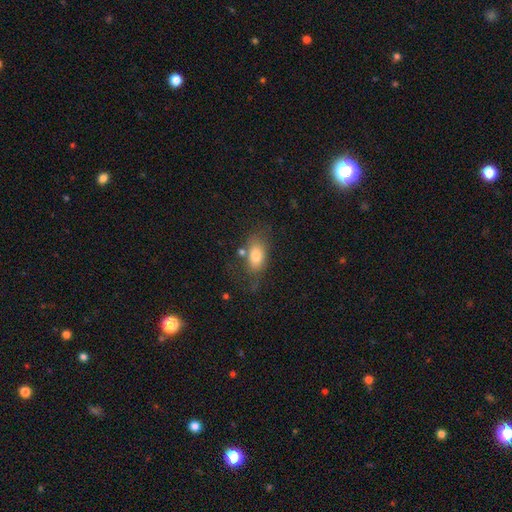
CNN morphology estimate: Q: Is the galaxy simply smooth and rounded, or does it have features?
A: smooth — 76%.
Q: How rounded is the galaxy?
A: in between — 88%.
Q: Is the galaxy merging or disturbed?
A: none — 58%.